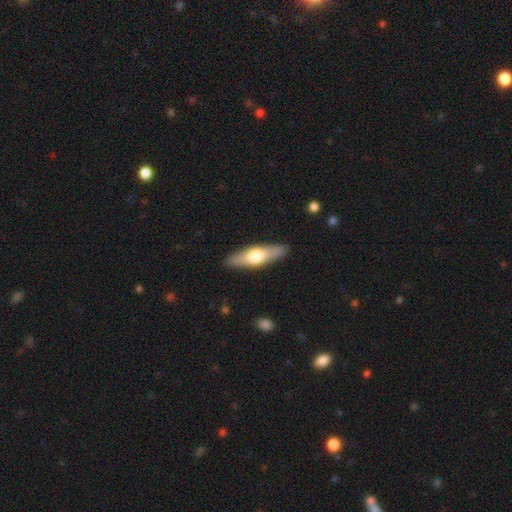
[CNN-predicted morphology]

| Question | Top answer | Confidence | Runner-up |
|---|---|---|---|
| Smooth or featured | smooth | 53% | featured or disk (42%) |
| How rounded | cigar-shaped | 65% | in between (33%) |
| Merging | none | 89% | minor disturbance (8%) |